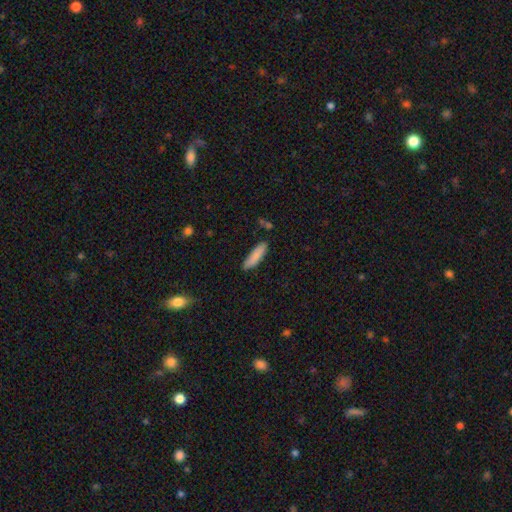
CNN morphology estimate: This is clearly a smooth galaxy (85%). How rounded: likely cigar-shaped (68%). Merging: clearly none (84%).